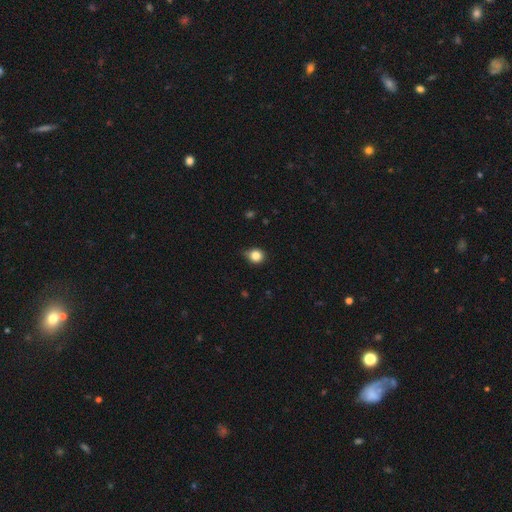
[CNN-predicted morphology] This is clearly a smooth galaxy (83%). How rounded: clearly round (83%). Merging: likely none (67%).